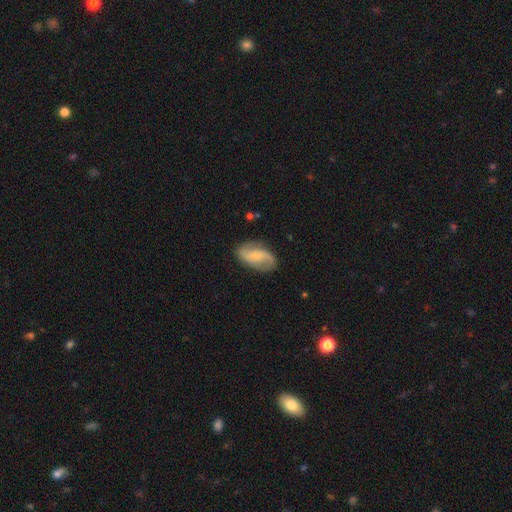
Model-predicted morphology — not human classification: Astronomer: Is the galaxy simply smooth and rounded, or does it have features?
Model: featured or disk — 74%.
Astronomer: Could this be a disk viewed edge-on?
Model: no — 97%.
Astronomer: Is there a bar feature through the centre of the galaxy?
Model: no — 48% (runner-up: weak, 38%).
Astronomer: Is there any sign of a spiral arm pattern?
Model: yes — 93%.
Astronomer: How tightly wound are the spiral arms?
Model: loose — 54% (runner-up: medium, 34%).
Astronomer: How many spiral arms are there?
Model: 2 — 89%.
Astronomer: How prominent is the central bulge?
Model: small — 65%.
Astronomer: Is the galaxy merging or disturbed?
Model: none — 78%.